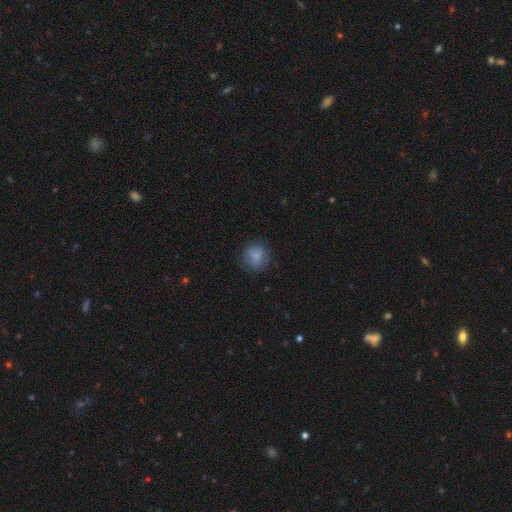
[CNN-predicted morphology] A smooth galaxy with no disk features (81%) that is round (85%). Merging: none (78%).